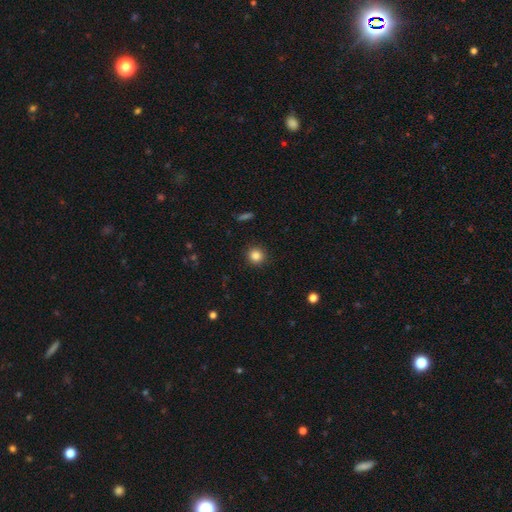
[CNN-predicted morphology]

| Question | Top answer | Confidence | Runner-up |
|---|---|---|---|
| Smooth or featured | smooth | 84% | star or artifact (11%) |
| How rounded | round | 93% | in between (6%) |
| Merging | none | 92% | minor disturbance (5%) |